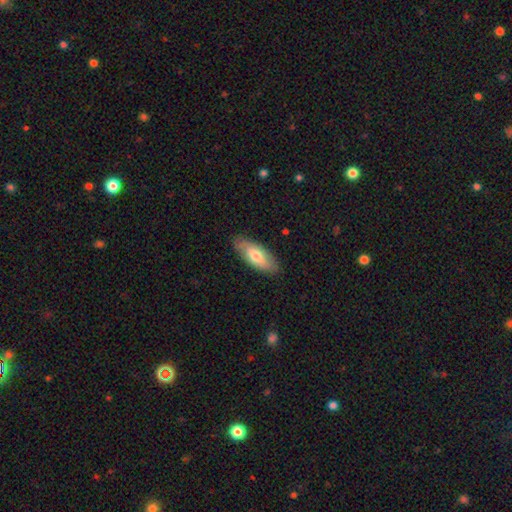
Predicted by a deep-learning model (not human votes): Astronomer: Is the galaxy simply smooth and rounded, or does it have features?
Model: smooth — 65%.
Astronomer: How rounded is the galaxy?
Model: in between — 81%.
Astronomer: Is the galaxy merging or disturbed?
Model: none — 85%.